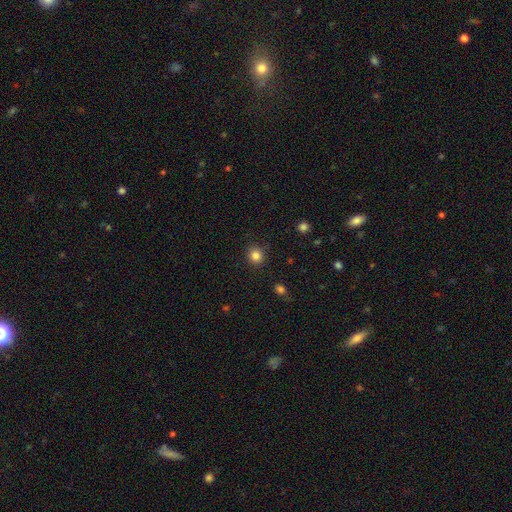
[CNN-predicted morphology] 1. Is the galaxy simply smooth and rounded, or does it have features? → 84% smooth, 12% star or artifact, 5% featured or disk.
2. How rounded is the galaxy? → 88% round, 11% in between, 1% cigar-shaped.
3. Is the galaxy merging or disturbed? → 90% none, 7% minor disturbance, 2% major disturbance, 1% merger.